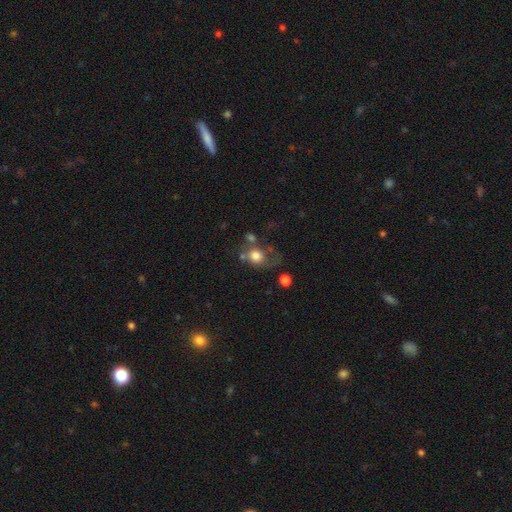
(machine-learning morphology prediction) The model was most divided on "merging": none: 34%, major disturbance: 28%, minor disturbance: 19%, merger: 18%. More confident: smooth or featured — smooth (71%); how rounded — round (68%).